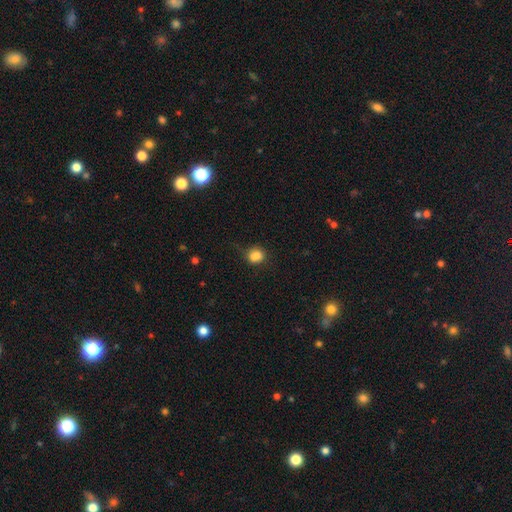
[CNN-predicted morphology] Q: Smooth or featured?
A: smooth (84%); runner-up: star or artifact (11%)
Q: How rounded?
A: round (69%); runner-up: in between (30%)
Q: Merging?
A: none (65%); runner-up: minor disturbance (23%)